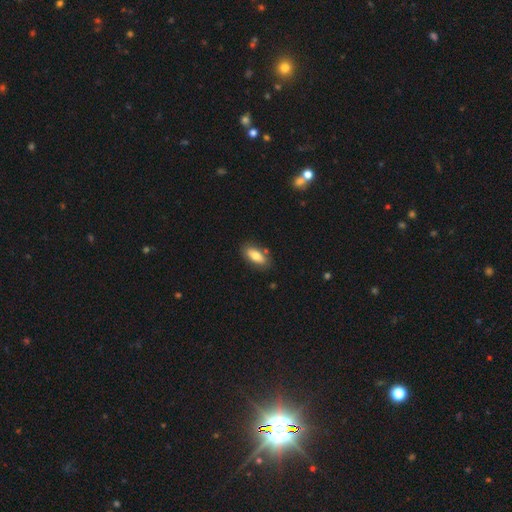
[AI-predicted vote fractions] smooth-or-featured: smooth: 78% | featured or disk: 16% | star or artifact: 7%
  how-rounded: in between: 86% | cigar-shaped: 11% | round: 3%
  merging: none: 81% | minor disturbance: 13% | merger: 4% | major disturbance: 3%